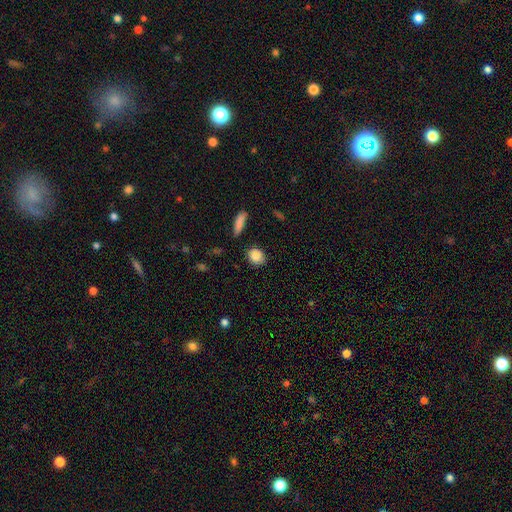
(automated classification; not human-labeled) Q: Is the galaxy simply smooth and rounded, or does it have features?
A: smooth — 88%.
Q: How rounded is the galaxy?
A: round — 61%.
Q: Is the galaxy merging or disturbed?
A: none — 84%.